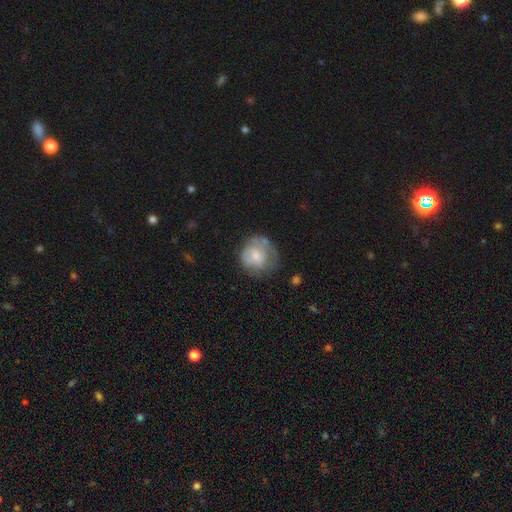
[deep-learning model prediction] A smooth galaxy with no disk features (57%) that is round (80%). Merging: none (51%).